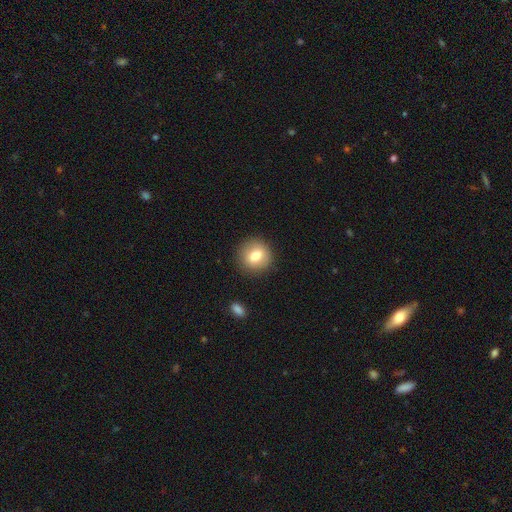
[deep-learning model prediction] A smooth galaxy with no disk features (76%) that is round (84%). Merging: none (88%).